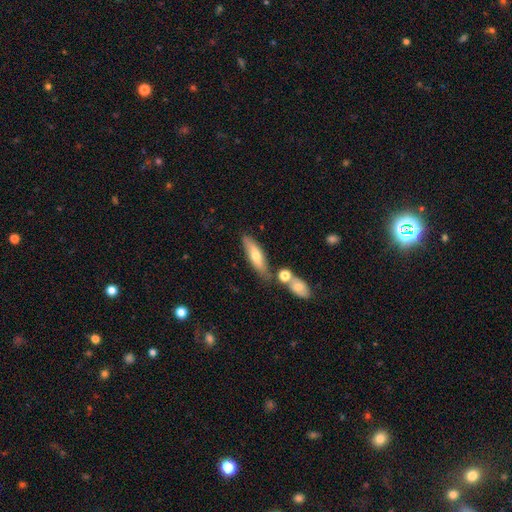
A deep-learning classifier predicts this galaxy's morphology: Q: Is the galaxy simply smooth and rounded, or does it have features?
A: smooth — 58%.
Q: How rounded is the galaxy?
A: cigar-shaped — 61%.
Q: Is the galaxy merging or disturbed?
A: none — 67%.